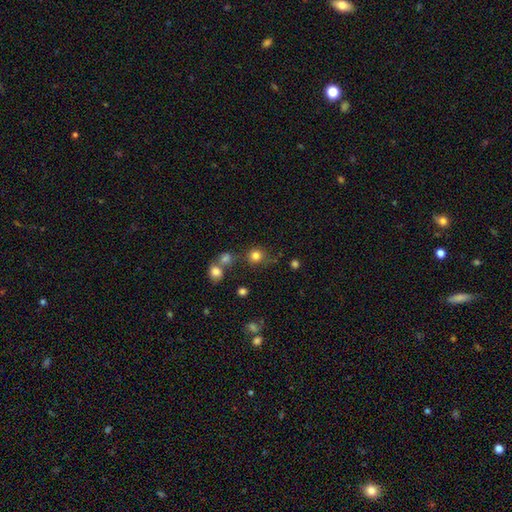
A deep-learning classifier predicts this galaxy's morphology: smooth 80%, star or artifact 14%, featured or disk 6%. Down the decision tree: how rounded — round (90%); merging — none (70%).